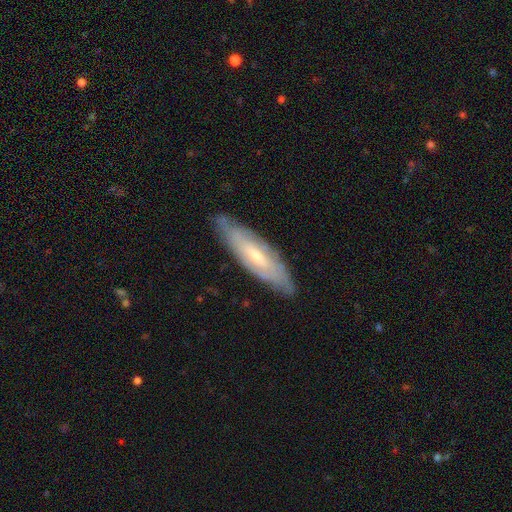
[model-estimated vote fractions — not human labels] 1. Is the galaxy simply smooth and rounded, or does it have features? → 60% featured or disk, 34% smooth, 6% star or artifact.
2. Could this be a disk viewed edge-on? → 63% no, 37% yes.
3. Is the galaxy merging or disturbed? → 78% none, 17% minor disturbance, 3% major disturbance, 1% merger.